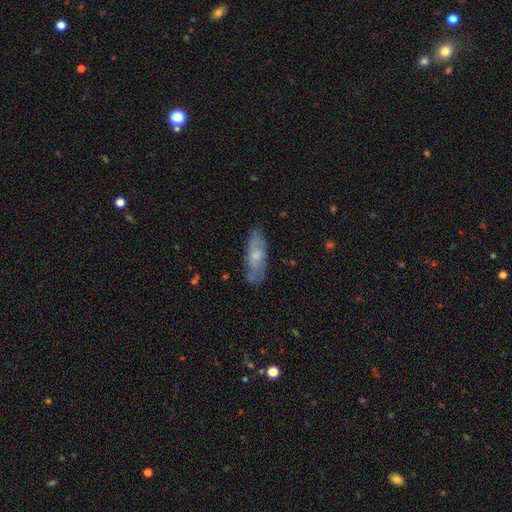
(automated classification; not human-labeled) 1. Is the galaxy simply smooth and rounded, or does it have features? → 53% smooth, 40% featured or disk, 7% star or artifact.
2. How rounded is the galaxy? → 66% in between, 32% cigar-shaped, 2% round.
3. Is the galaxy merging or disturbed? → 75% none, 19% minor disturbance, 4% major disturbance, 2% merger.